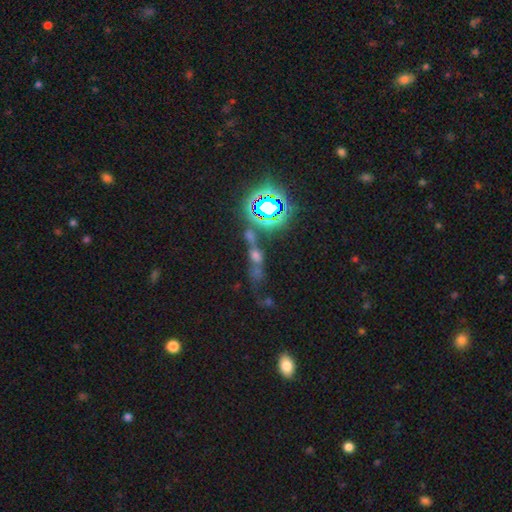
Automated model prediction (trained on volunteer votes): The model was most divided on "smooth or featured": star or artifact: 47%, smooth: 30%, featured or disk: 23%.